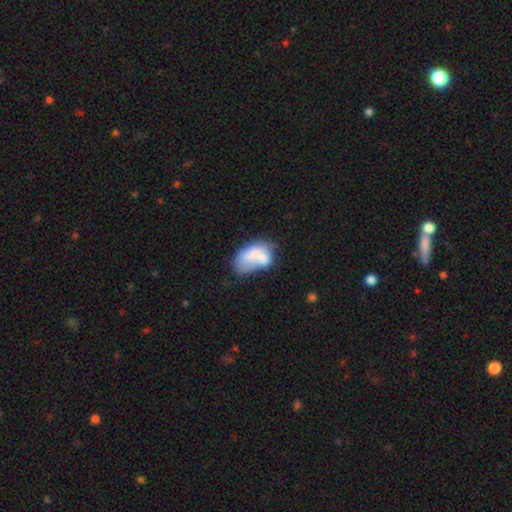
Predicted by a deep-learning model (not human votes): Smooth or featured?
  - smooth: 63% *
  - featured or disk: 29%
  - star or artifact: 8%
How rounded?
  - in between: 90% *
  - round: 9%
  - cigar-shaped: 2%
Merging?
  - merger: 42% *
  - none: 21%
  - minor disturbance: 19%
  - major disturbance: 17%